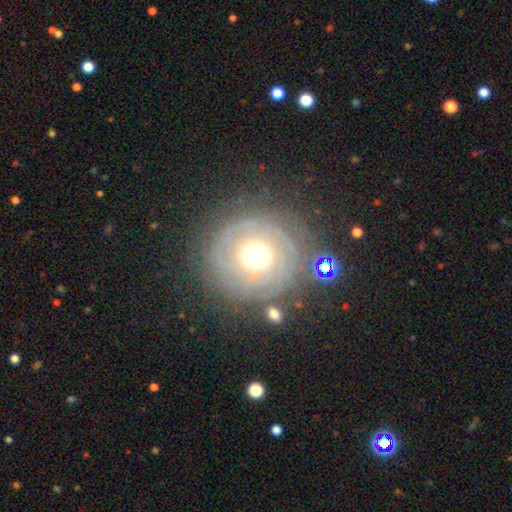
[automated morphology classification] A featured or disk galaxy (68%) with no bar (86%), tight (75%) spiral arms (78%) and a moderate central bulge (59%). Merging: none (71%).